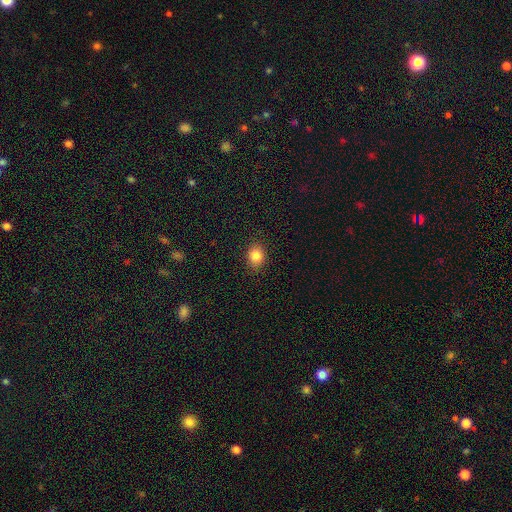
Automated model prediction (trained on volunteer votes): Smooth or featured: smooth — 86% (star or artifact — 10%)
How rounded: round — 52% (in between — 47%)
Merging: none — 86% (minor disturbance — 10%)